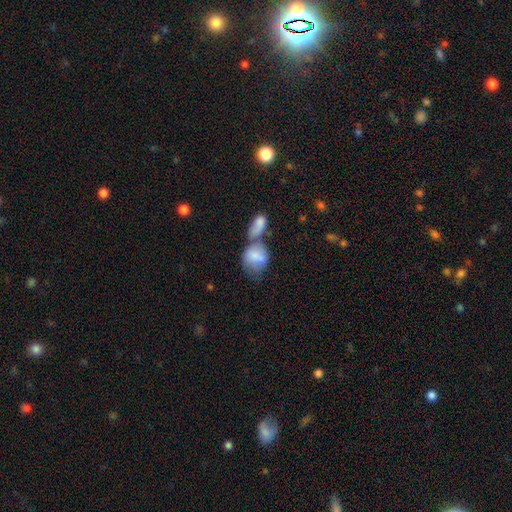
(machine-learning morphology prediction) This appears to be a smooth galaxy with no disk features (75%) that is in between round and cigar-shaped (61%). Merging: merger (64%).